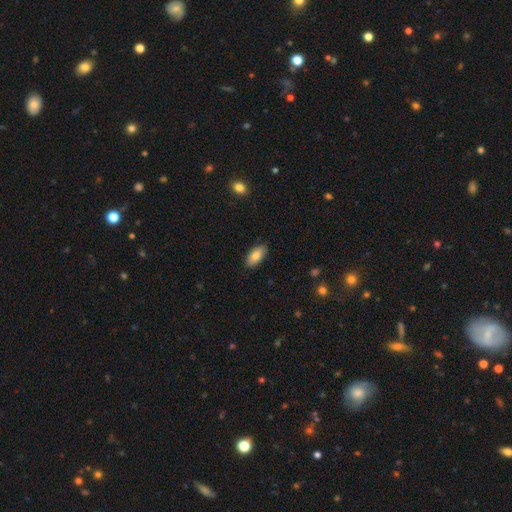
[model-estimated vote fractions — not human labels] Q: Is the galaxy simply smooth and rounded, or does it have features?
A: smooth — 82%.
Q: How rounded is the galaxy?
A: in between — 92%.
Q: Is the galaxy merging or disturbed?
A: none — 85%.